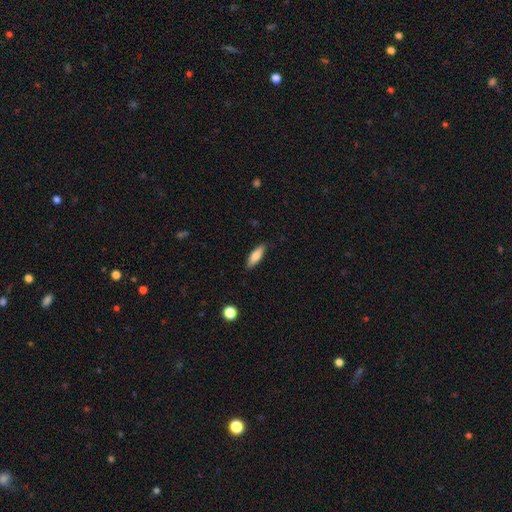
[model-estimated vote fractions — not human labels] Q: Smooth or featured?
A: smooth (81%); runner-up: featured or disk (13%)
Q: How rounded?
A: in between (51%); runner-up: cigar-shaped (47%)
Q: Merging?
A: none (87%); runner-up: minor disturbance (10%)